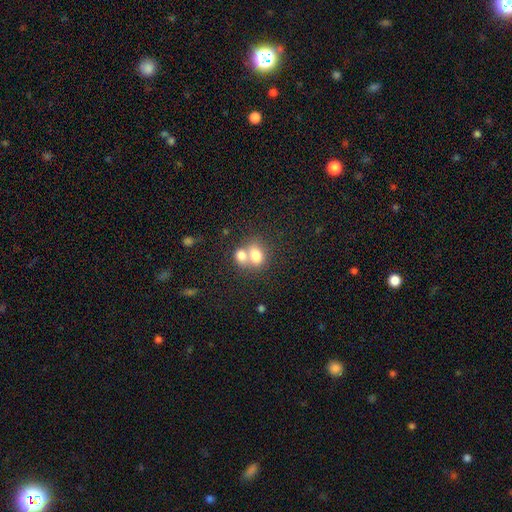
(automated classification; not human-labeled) Morphology: type=smooth (75%); roundness=in between (57%); merging=merger (62%).